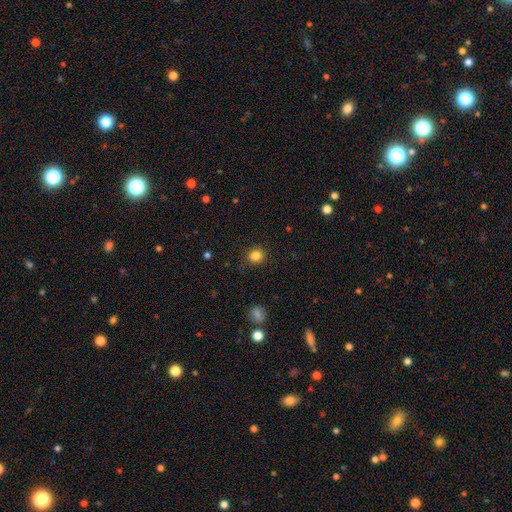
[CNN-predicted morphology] Smooth or featured?
  - smooth: 84% *
  - star or artifact: 12%
  - featured or disk: 4%
How rounded?
  - round: 89% *
  - in between: 10%
  - cigar-shaped: 1%
Merging?
  - none: 86% *
  - minor disturbance: 10%
  - major disturbance: 3%
  - merger: 1%